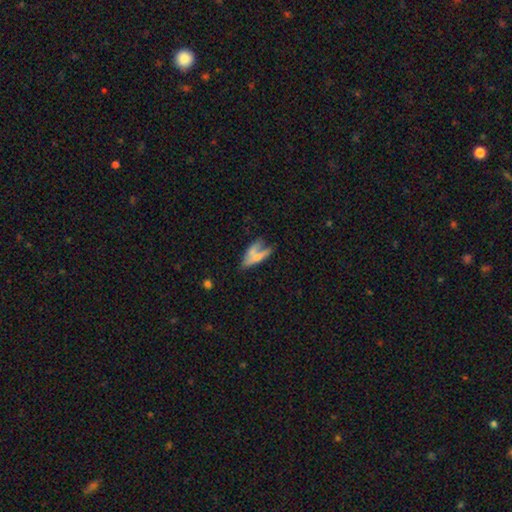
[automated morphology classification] Smooth or featured?
  - smooth: 60% *
  - featured or disk: 32%
  - star or artifact: 8%
How rounded?
  - cigar-shaped: 54% *
  - in between: 41%
  - round: 5%
Merging?
  - merger: 41% *
  - none: 36%
  - minor disturbance: 14%
  - major disturbance: 9%